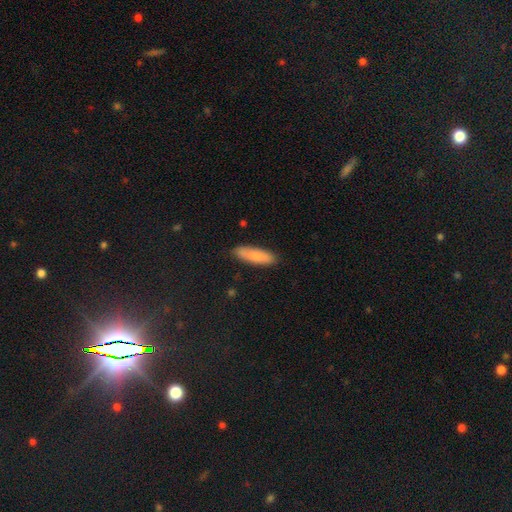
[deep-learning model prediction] smooth_or_featured: smooth (p=0.82) [alt: featured or disk p=0.12]
how_rounded: cigar-shaped (p=0.57) [alt: in between p=0.42]
merging: none (p=0.85) [alt: minor disturbance p=0.11]